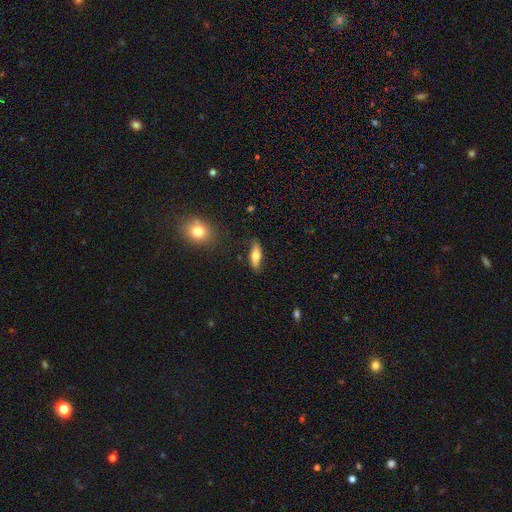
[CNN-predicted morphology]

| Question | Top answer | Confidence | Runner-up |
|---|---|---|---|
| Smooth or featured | smooth | 62% | featured or disk (32%) |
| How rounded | in between | 49% | cigar-shaped (48%) |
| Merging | none | 81% | minor disturbance (14%) |